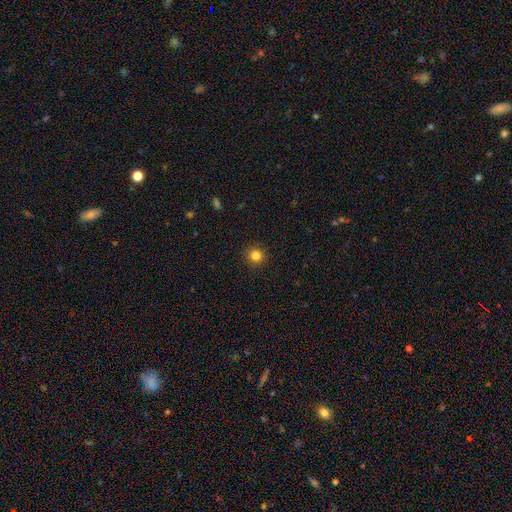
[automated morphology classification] Smooth or featured?
  - smooth: 83% *
  - star or artifact: 12%
  - featured or disk: 5%
How rounded?
  - round: 93% *
  - in between: 6%
  - cigar-shaped: 1%
Merging?
  - none: 92% *
  - minor disturbance: 5%
  - major disturbance: 2%
  - merger: 1%